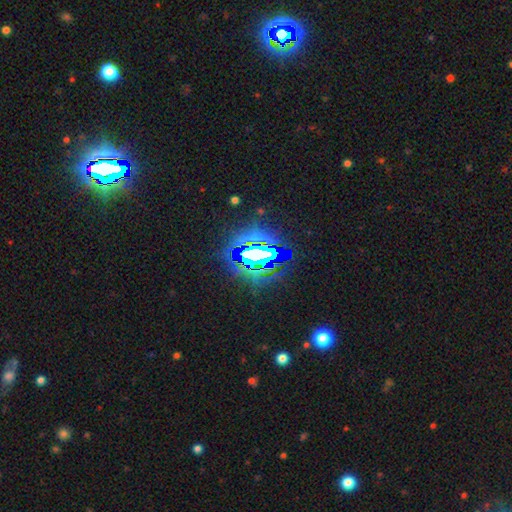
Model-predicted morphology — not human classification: Overall: star or artifact (75%).